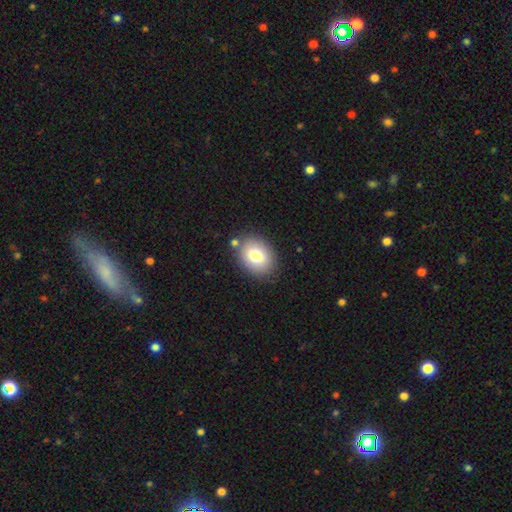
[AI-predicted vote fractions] This appears to be a smooth galaxy with no disk features (79%) that is in between round and cigar-shaped (71%). Merging: none (81%).